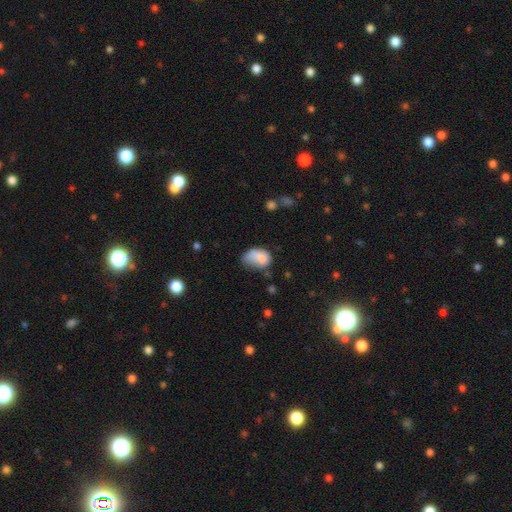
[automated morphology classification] This appears to be a smooth galaxy with no disk features (74%) that is in between round and cigar-shaped (81%). Merging: minor disturbance (35%).